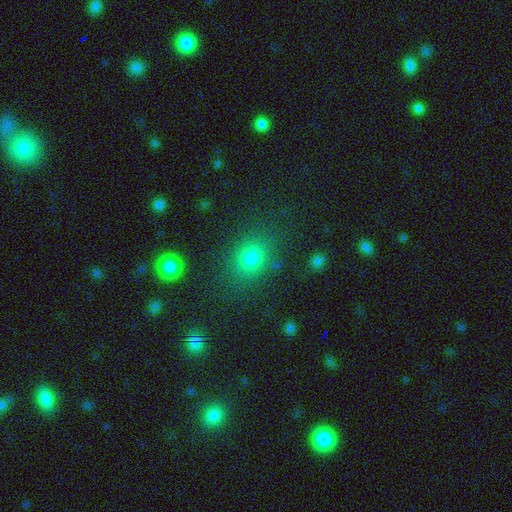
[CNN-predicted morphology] Overall: smooth (68%). How rounded: round (62%; in between 36%). Merging: none (85%).